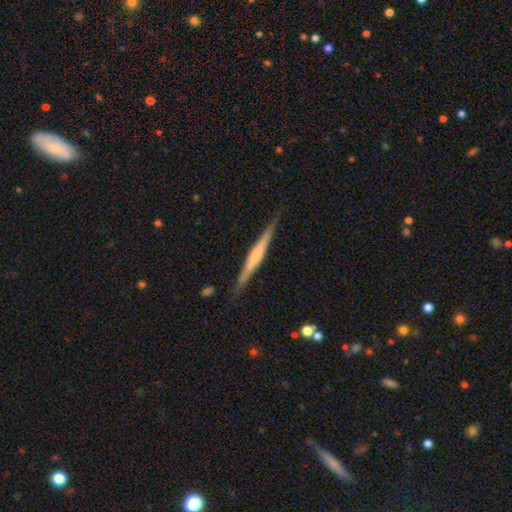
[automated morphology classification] Overall: featured or disk (66%; smooth 29%). Edge-on disk: yes (98%). Edge-on bulge: rounded (56%; none 24%). Merging: none (87%).